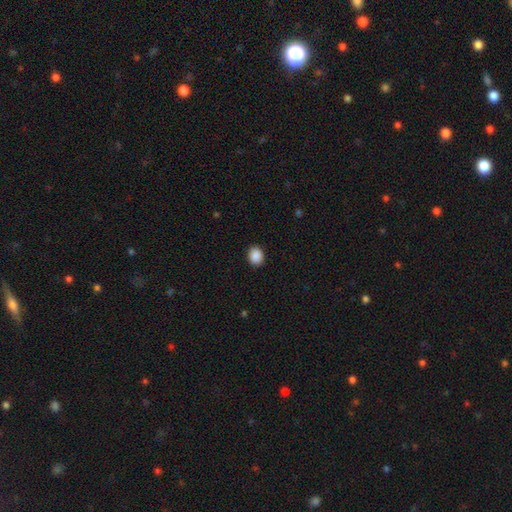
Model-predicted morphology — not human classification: Smooth or featured: smooth — 89% (star or artifact — 8%)
How rounded: round — 56% (in between — 43%)
Merging: none — 91% (minor disturbance — 7%)